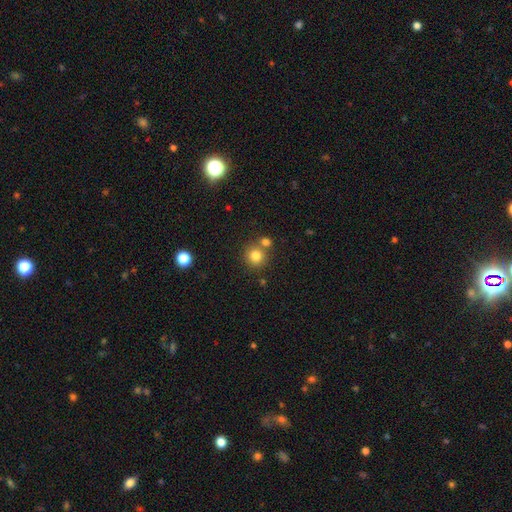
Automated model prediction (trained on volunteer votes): smooth 80%, star or artifact 13%, featured or disk 7%. Down the decision tree: how rounded — round (92%); merging — none (69%).